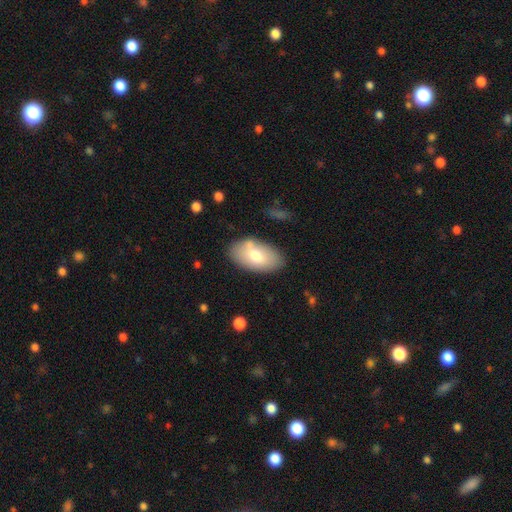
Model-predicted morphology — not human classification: smooth-or-featured: smooth: 70% | featured or disk: 24% | star or artifact: 7%
  how-rounded: in between: 94% | round: 4% | cigar-shaped: 2%
  merging: none: 77% | minor disturbance: 14% | merger: 5% | major disturbance: 4%